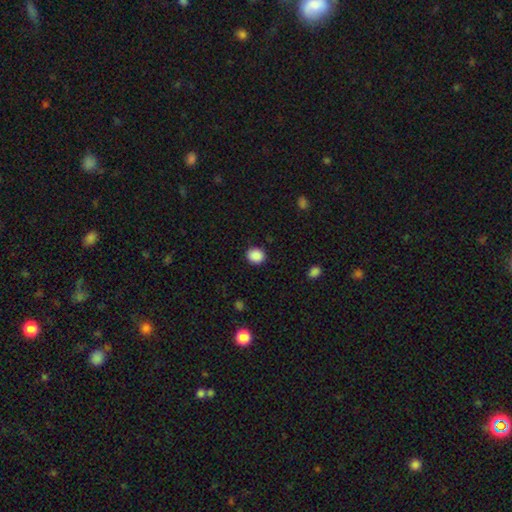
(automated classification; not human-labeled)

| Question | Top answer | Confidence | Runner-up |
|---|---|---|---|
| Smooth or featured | smooth | 89% | star or artifact (9%) |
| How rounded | round | 80% | in between (20%) |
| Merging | none | 90% | minor disturbance (7%) |